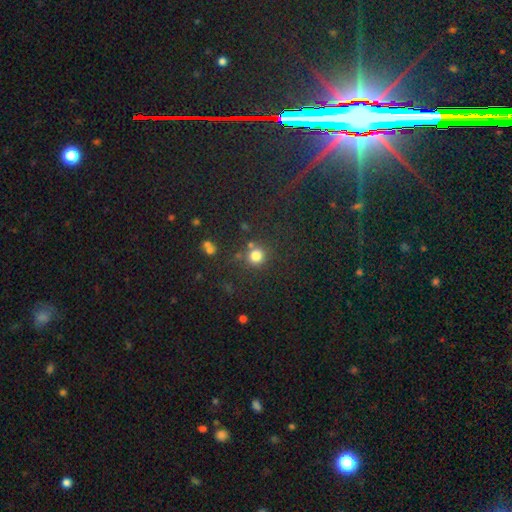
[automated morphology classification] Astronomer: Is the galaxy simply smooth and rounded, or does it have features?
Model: smooth — 78%.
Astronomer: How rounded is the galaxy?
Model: round — 92%.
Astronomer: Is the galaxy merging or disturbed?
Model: none — 76%.